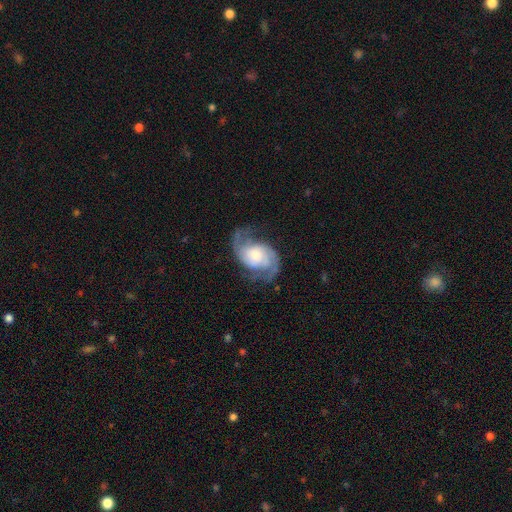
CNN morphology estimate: This is clearly a featured or disk galaxy (86%). It is clearly not viewed edge-on (98%). Bar: likely no (62%). Spiral arm pattern: clearly yes (97%). Spiral arm count: clearly 2 (91%). Spiral winding: possibly medium (49%). Central bulge: marginally moderate (40%). Merging: likely none (68%).